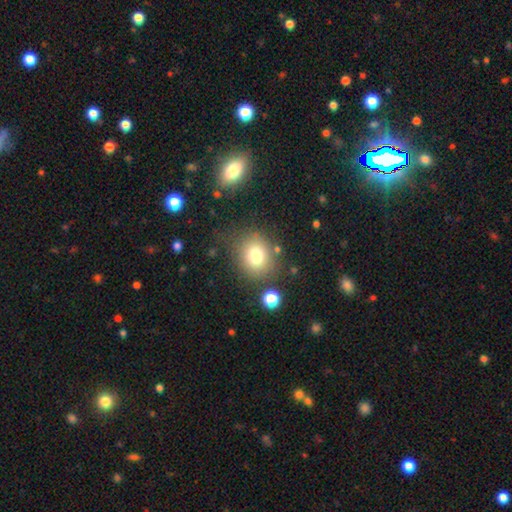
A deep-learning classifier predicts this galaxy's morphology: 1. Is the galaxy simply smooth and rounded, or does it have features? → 76% smooth, 13% star or artifact, 11% featured or disk.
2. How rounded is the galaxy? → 75% round, 24% in between, 1% cigar-shaped.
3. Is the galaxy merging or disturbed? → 75% none, 13% minor disturbance, 6% major disturbance, 6% merger.